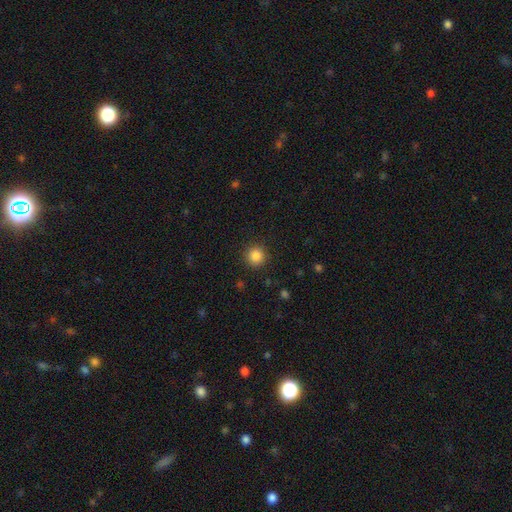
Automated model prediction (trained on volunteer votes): Overall: smooth (85%). How rounded: round (94%). Merging: none (91%).